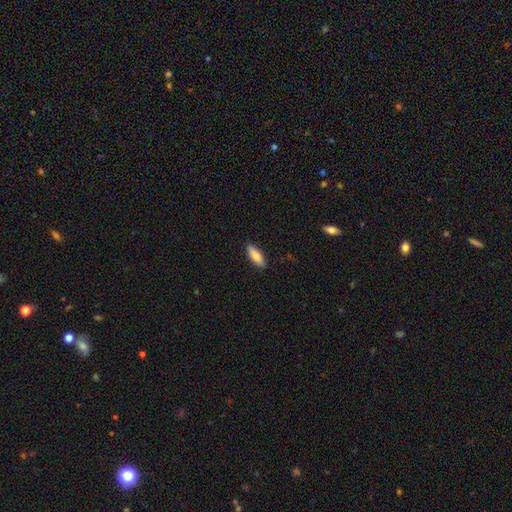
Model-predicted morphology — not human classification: A smooth galaxy with no disk features (82%) that is in between round and cigar-shaped (60%).

Vote fractions:
- Smooth or featured? smooth: 82% / featured or disk: 12% / star or artifact: 6%
- How rounded? in between: 60% / cigar-shaped: 38% / round: 2%
- Merging? none: 89% / minor disturbance: 8% / major disturbance: 2% / merger: 1%